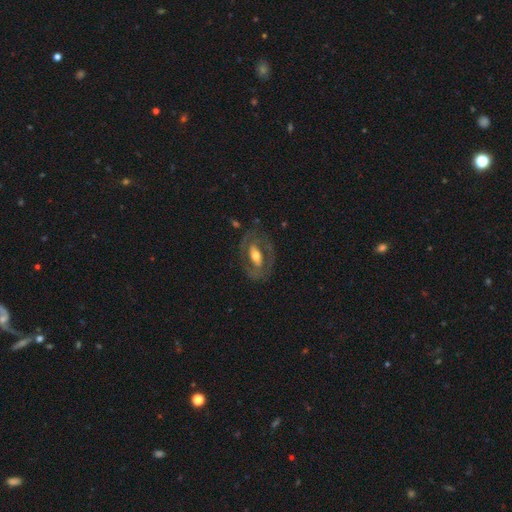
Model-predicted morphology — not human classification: type=featured or disk (67%); edge-on=no (90%); bar=no (40%); spiral arms=yes (50%, tied with no); bulge=moderate (63%); merging=none (69%).